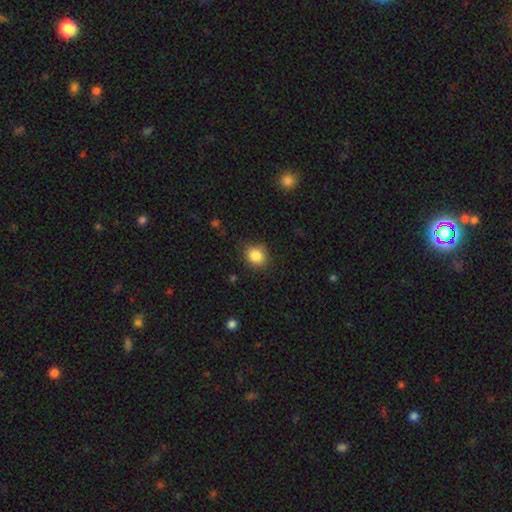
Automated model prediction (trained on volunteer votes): A smooth galaxy with no disk features (85%) that is round (74%). Merging: none (80%).